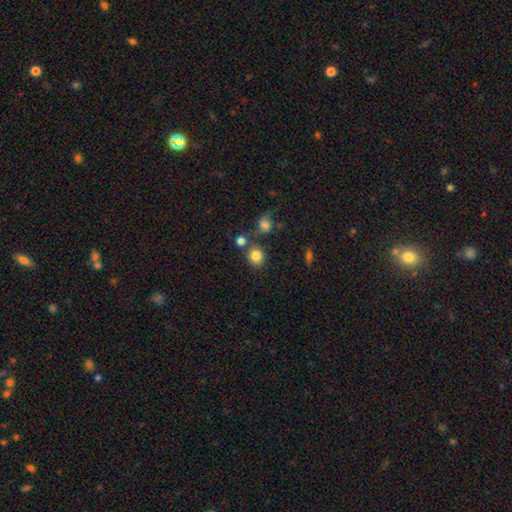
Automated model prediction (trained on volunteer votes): Smooth or featured? smooth (83%)
How rounded? round (76%)
Merging? none (71%)